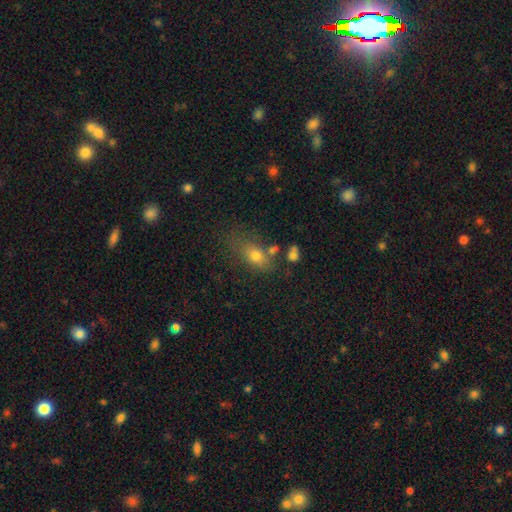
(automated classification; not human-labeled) This is likely a smooth galaxy (71%). How rounded: likely in between (75%). Merging: possibly none (55%).